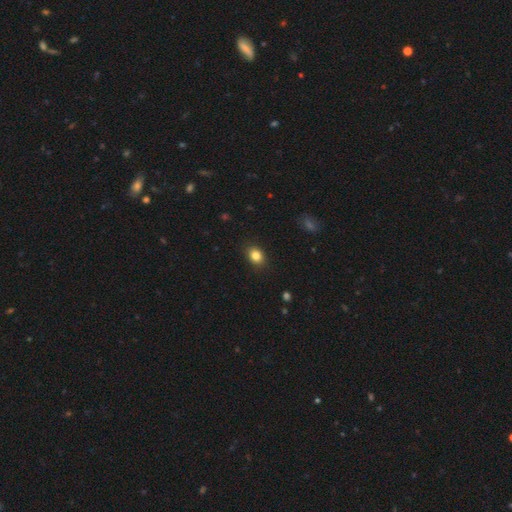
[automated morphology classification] This is clearly a smooth galaxy (84%). How rounded: possibly in between (57%). Merging: clearly none (88%).